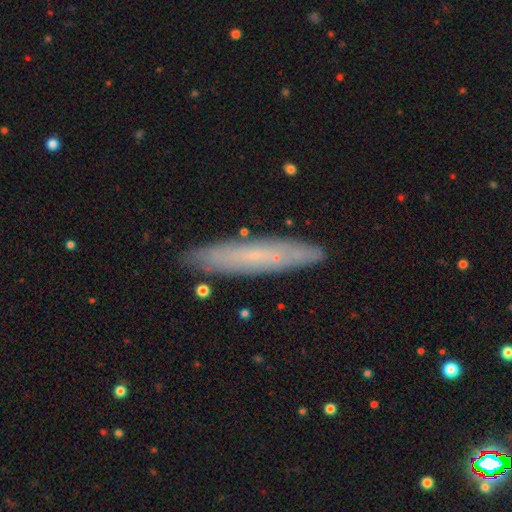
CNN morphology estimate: Smooth or featured: featured or disk — 49% (smooth — 43%)
Merging: none — 88% (minor disturbance — 9%)